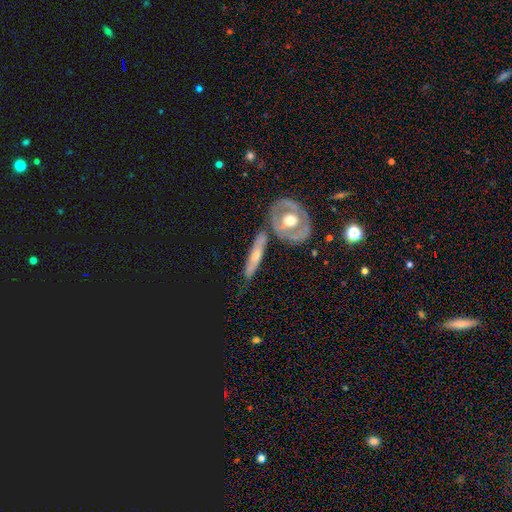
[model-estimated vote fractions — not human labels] Morphology: type=featured or disk (60%); edge-on=no (52%); merging=none (67%).